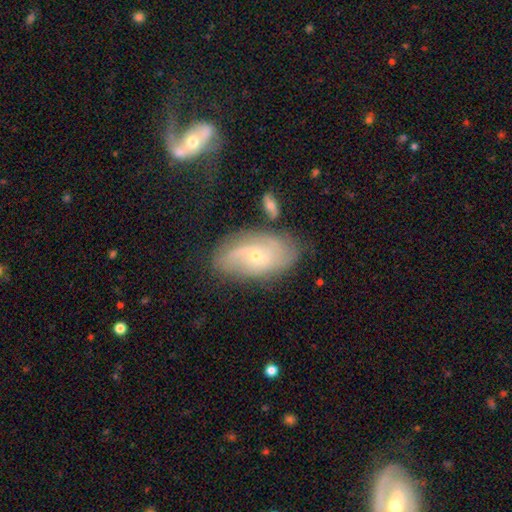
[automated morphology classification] Smooth or featured?
  - featured or disk: 72% *
  - smooth: 21%
  - star or artifact: 7%
Edge-on disk?
  - no: 94% *
  - yes: 6%
Bar?
  - no: 68% *
  - weak: 27%
  - strong: 5%
Spiral arms?
  - yes: 88% *
  - no: 12%
Spiral winding?
  - medium: 40% *
  - tight: 36%
  - loose: 24%
Spiral arm count?
  - 2: 45% *
  - can't tell: 30%
  - 3: 12%
  - 1: 5%
  - 4: 4%
  - more than 4: 3%
Bulge size?
  - small: 73% *
  - moderate: 24%
  - large: 1%
  - none: 1%
  - dominant: 1%
Merging?
  - none: 67% *
  - minor disturbance: 20%
  - major disturbance: 8%
  - merger: 5%